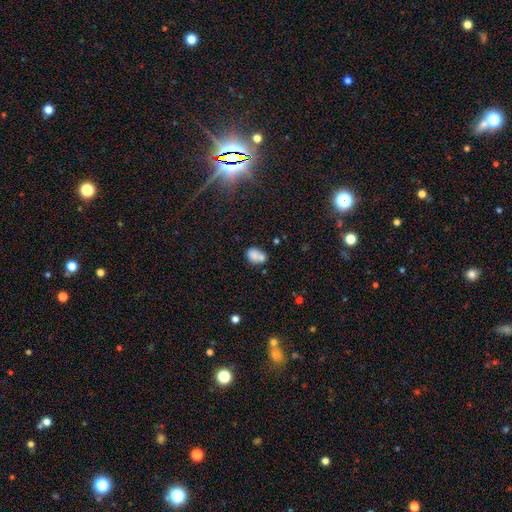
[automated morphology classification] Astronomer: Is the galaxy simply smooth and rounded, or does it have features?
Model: smooth — 75%.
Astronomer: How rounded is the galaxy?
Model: in between — 73%.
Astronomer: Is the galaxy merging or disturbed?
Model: none — 41% (runner-up: merger, 36%).